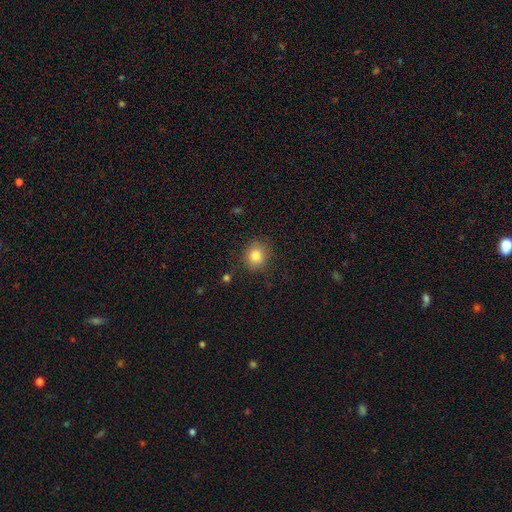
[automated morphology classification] smooth 82%, star or artifact 11%, featured or disk 7%. Down the decision tree: how rounded — round (81%); merging — none (86%).